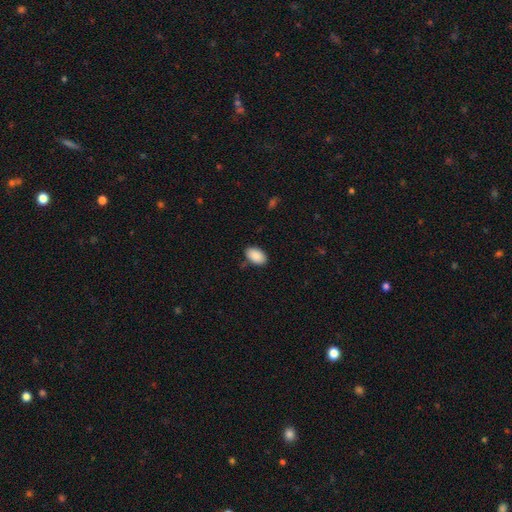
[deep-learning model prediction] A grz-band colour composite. It shows a smooth galaxy with no disk features (90%) that is in between round and cigar-shaped (93%). Merging: none (83%).